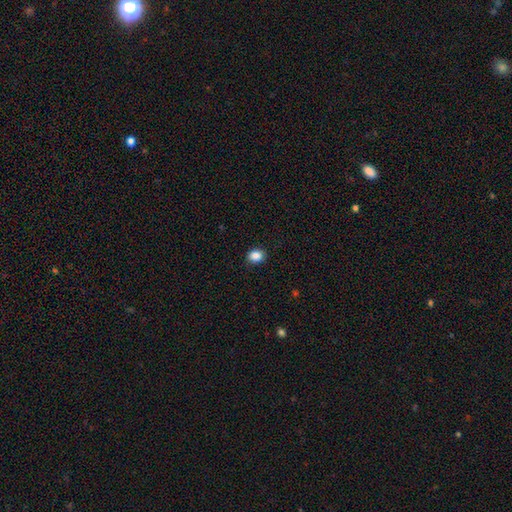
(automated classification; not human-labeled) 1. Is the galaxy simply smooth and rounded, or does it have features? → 87% smooth, 10% star or artifact, 4% featured or disk.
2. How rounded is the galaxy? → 60% round, 39% in between, 1% cigar-shaped.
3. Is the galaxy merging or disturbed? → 88% none, 9% minor disturbance, 2% major disturbance, 1% merger.